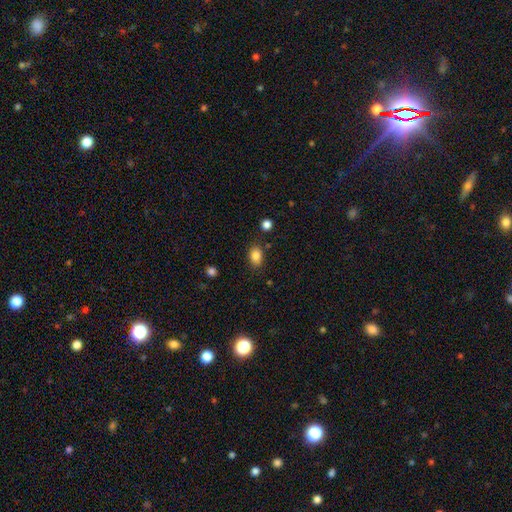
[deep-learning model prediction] Smooth or featured? smooth (85%)
How rounded? in between (80%)
Merging? none (80%)